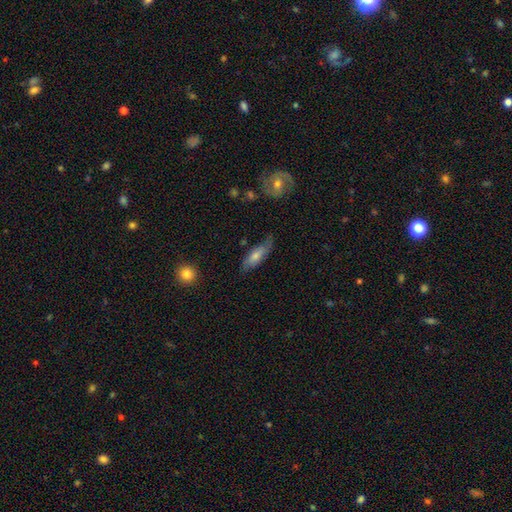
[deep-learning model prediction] Smooth or featured?
  - smooth: 62% *
  - featured or disk: 32%
  - star or artifact: 6%
How rounded?
  - in between: 57% *
  - cigar-shaped: 41%
  - round: 2%
Merging?
  - none: 63% *
  - minor disturbance: 27%
  - major disturbance: 7%
  - merger: 2%